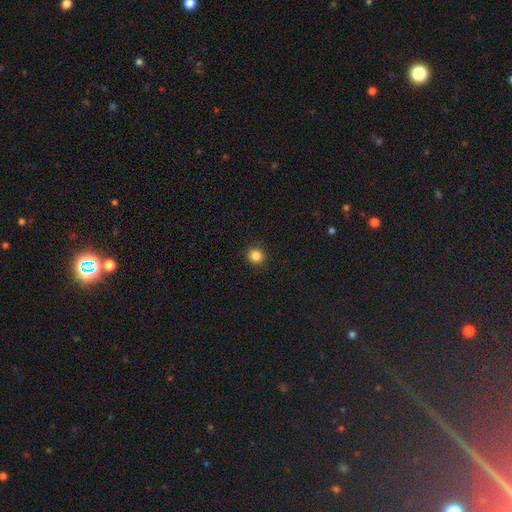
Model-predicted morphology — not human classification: This appears to be a smooth galaxy with no disk features (85%) that is round (90%). Merging: none (92%).